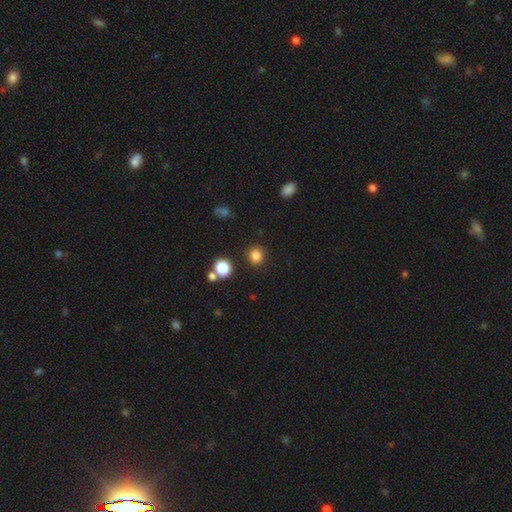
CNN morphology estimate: Overall: smooth (83%). How rounded: round (78%). Merging: none (85%).